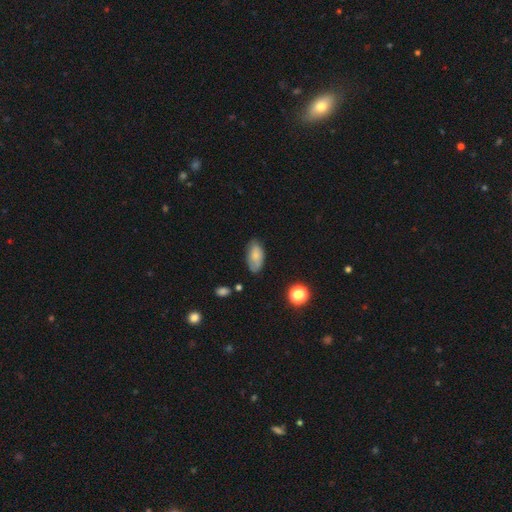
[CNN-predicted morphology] smooth_or_featured: smooth (p=0.73) [alt: featured or disk p=0.19]
how_rounded: in between (p=0.93) [alt: cigar-shaped p=0.04]
merging: none (p=0.70) [alt: minor disturbance p=0.23]